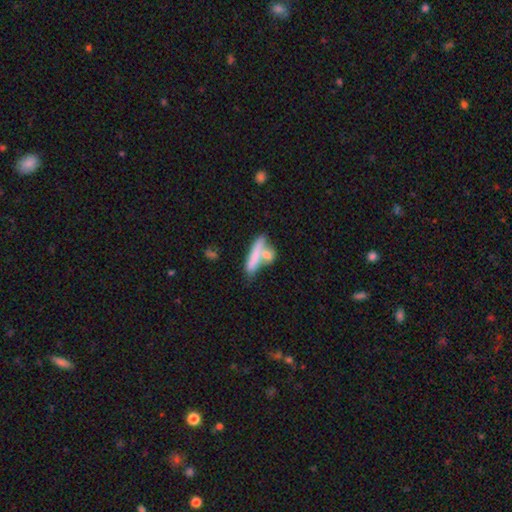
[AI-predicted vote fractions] smooth_or_featured: smooth (p=0.67) [alt: featured or disk p=0.25]
how_rounded: cigar-shaped (p=0.70) [alt: in between p=0.26]
merging: merger (p=0.49) [alt: none p=0.33]